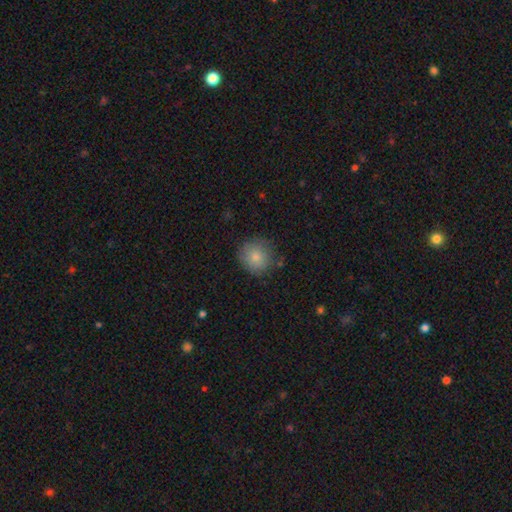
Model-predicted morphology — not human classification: A smooth galaxy with no disk features (81%) that is round (90%).

Vote fractions:
- Smooth or featured? smooth: 81% / star or artifact: 11% / featured or disk: 8%
- How rounded? round: 90% / in between: 9% / cigar-shaped: 1%
- Merging? none: 83% / minor disturbance: 12% / major disturbance: 3% / merger: 2%